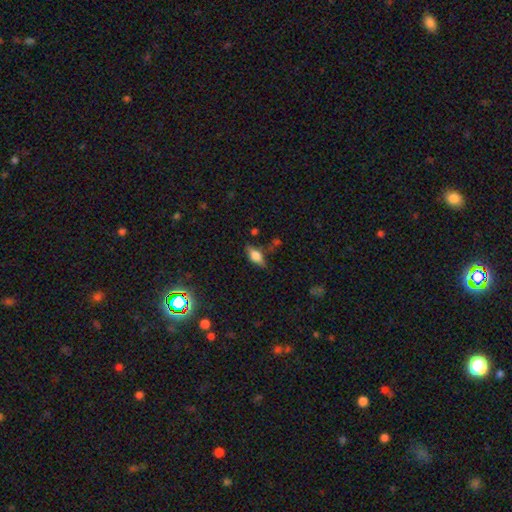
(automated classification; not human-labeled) Overall: smooth (57%; featured or disk 33%). How rounded: in between (76%). Merging: none (70%).